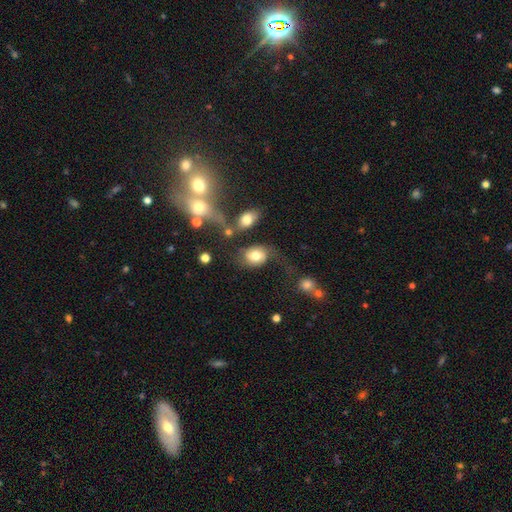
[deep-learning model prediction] smooth_or_featured: smooth (p=0.65) [alt: featured or disk p=0.26]
how_rounded: in between (p=0.63) [alt: round p=0.36]
merging: none (p=0.42) [alt: major disturbance p=0.25]